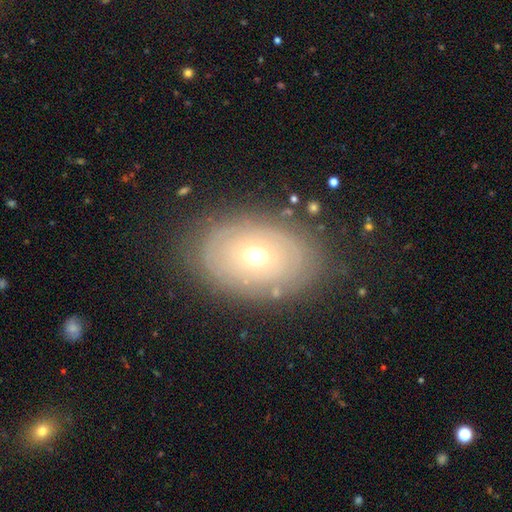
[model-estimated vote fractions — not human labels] Smooth or featured?
  - featured or disk: 55% *
  - smooth: 36%
  - star or artifact: 9%
Edge-on disk?
  - no: 93% *
  - yes: 7%
Bar?
  - no: 84% *
  - weak: 12%
  - strong: 4%
Spiral arms?
  - no: 52% *
  - yes: 48%
Bulge size?
  - moderate: 54% *
  - small: 41%
  - large: 3%
  - dominant: 1%
  - none: 1%
Merging?
  - none: 81% *
  - minor disturbance: 13%
  - major disturbance: 5%
  - merger: 2%